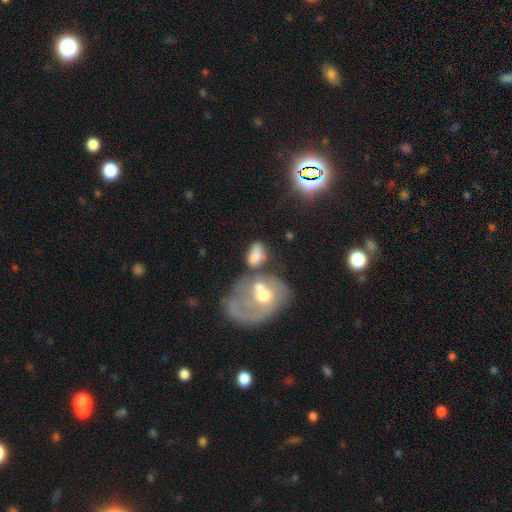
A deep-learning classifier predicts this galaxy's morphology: A smooth galaxy with no disk features (63%) that is in between round and cigar-shaped (80%).

Vote fractions:
- Smooth or featured? smooth: 63% / featured or disk: 27% / star or artifact: 10%
- How rounded? in between: 80% / round: 18% / cigar-shaped: 2%
- Merging? merger: 43% / none: 25% / major disturbance: 16% / minor disturbance: 16%